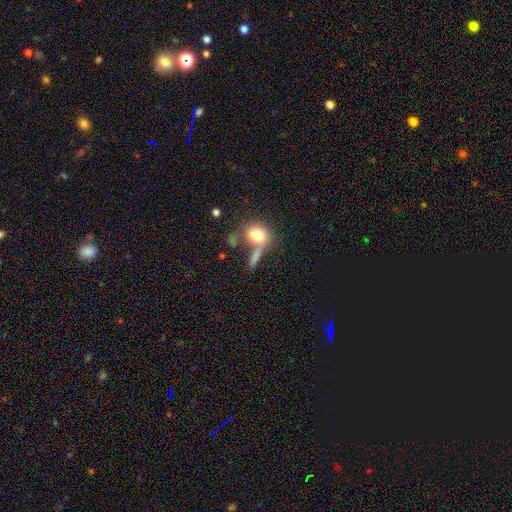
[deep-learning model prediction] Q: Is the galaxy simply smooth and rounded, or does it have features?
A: smooth — 70%.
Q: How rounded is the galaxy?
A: in between — 51%.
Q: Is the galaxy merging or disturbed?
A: none — 40%.